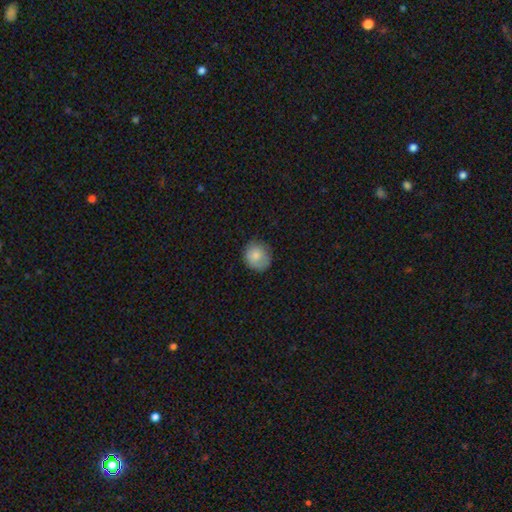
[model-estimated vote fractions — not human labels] Smooth or featured? Predicted: smooth (p=0.82). How rounded? Predicted: round (p=0.83). Merging? Predicted: none (p=0.77).